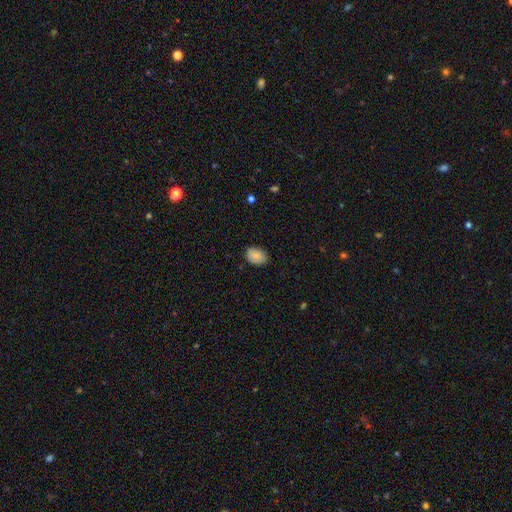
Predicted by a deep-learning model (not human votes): A smooth galaxy with no disk features (80%) that is in between round and cigar-shaped (68%). Merging: none (81%).